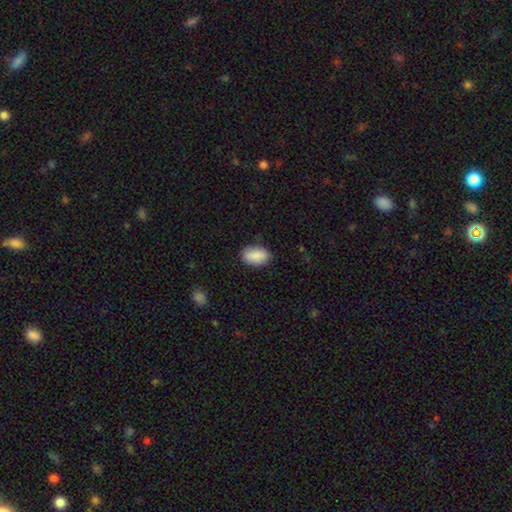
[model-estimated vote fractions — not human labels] Q: Smooth or featured?
A: smooth (89%); runner-up: star or artifact (7%)
Q: How rounded?
A: in between (92%); runner-up: round (7%)
Q: Merging?
A: none (85%); runner-up: minor disturbance (12%)